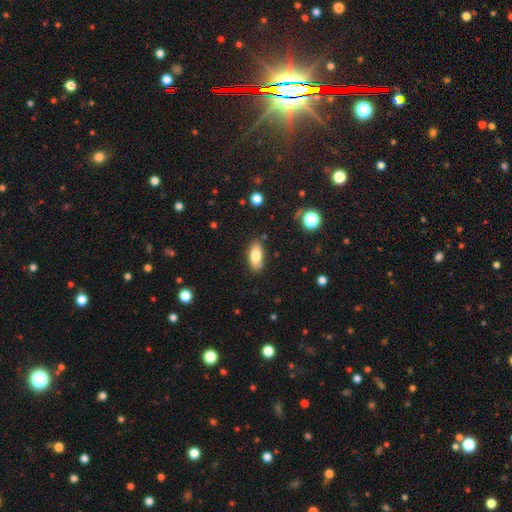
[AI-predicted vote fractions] smooth 78%, featured or disk 14%, star or artifact 7%. Down the decision tree: how rounded — in between (82%); merging — none (83%).